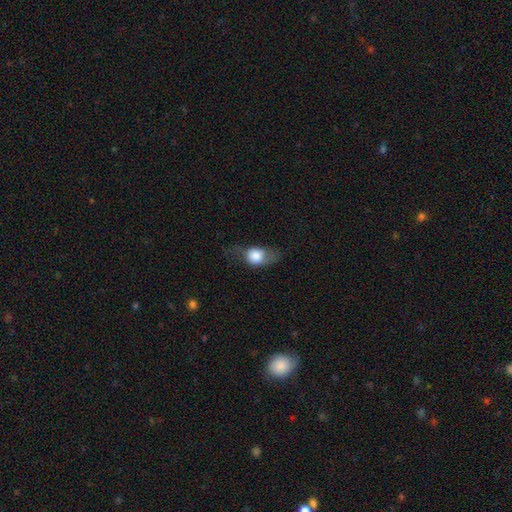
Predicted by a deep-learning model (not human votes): This is likely a smooth galaxy (71%). How rounded: possibly in between (54%). Merging: marginally none (42%).